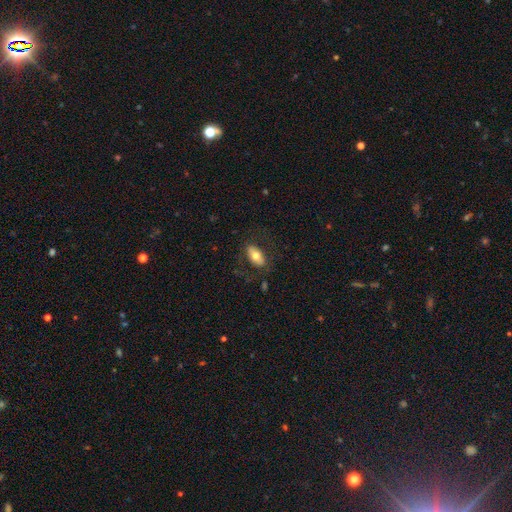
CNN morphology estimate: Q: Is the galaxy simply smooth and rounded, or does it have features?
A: smooth — 66%.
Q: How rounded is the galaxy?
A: in between — 91%.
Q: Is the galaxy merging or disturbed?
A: none — 77%.